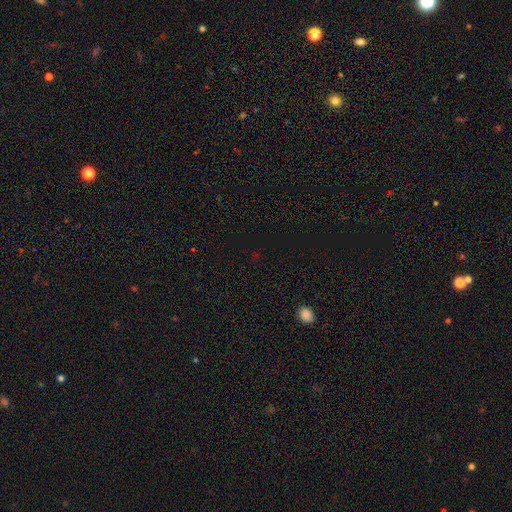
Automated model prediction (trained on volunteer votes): Overall: star or artifact (71%).